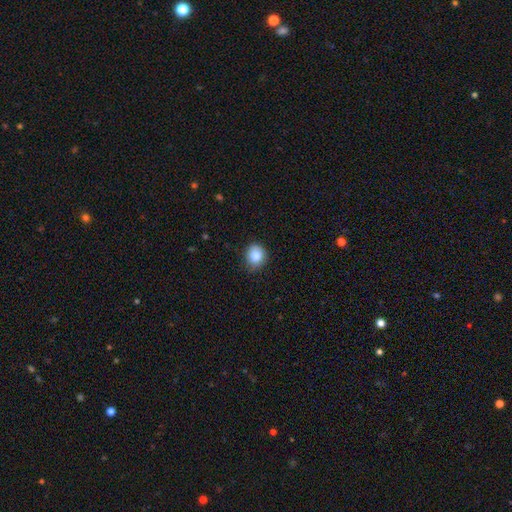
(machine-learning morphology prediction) A smooth galaxy with no disk features (84%) that is round (73%). Merging: none (77%).